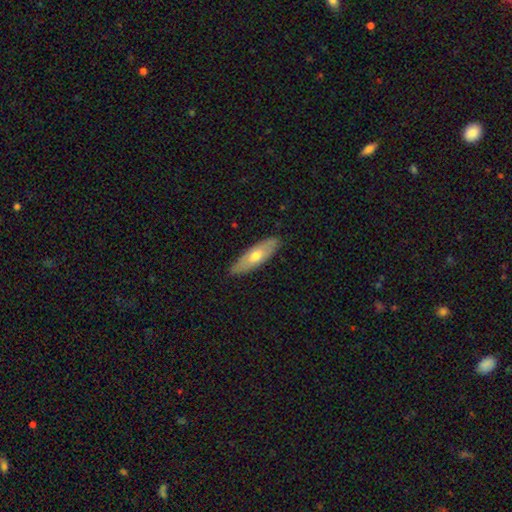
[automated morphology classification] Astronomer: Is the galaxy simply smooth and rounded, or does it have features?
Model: smooth — 59% (runner-up: featured or disk, 36%).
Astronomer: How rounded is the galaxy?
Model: in between — 53% (runner-up: cigar-shaped, 45%).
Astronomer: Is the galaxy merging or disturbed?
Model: none — 86%.